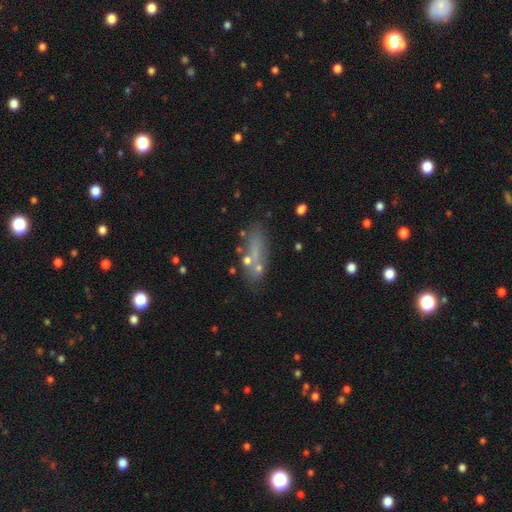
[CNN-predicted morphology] smooth-or-featured: smooth: 51% | featured or disk: 29% | star or artifact: 20%
  how-rounded: cigar-shaped: 51% | in between: 42% | round: 6%
  merging: none: 63% | minor disturbance: 16% | merger: 10% | major disturbance: 10%